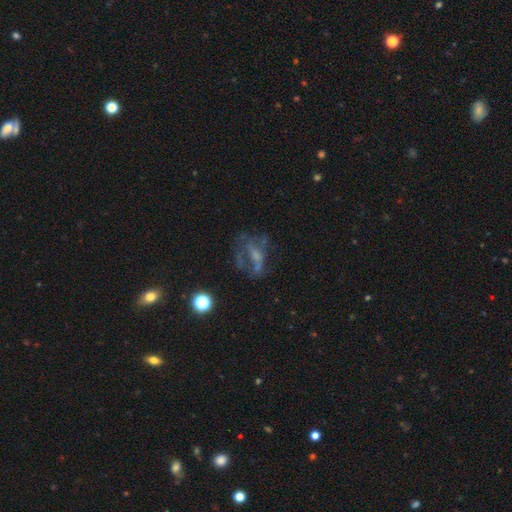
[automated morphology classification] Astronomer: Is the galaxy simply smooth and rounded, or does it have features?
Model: featured or disk — 55%.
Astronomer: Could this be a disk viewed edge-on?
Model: no — 94%.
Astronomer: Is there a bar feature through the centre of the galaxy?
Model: no — 66%.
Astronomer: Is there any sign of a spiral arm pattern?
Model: no — 72%.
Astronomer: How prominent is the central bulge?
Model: none — 39% (runner-up: small, 36%).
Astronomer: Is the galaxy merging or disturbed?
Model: none — 39% (runner-up: major disturbance, 37%).